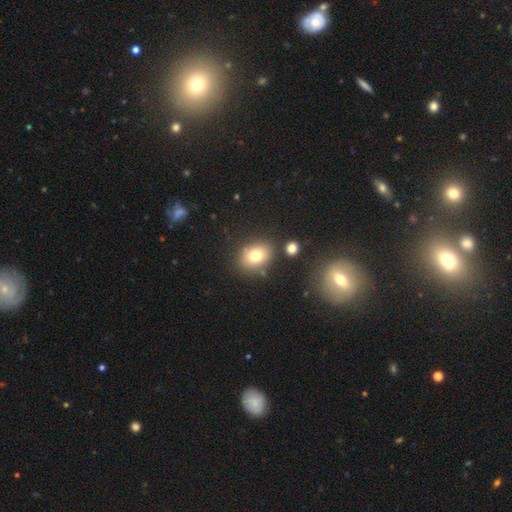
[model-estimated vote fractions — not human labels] Smooth or featured: smooth — 77% (featured or disk — 12%)
How rounded: in between — 54% (round — 45%)
Merging: none — 78% (minor disturbance — 11%)